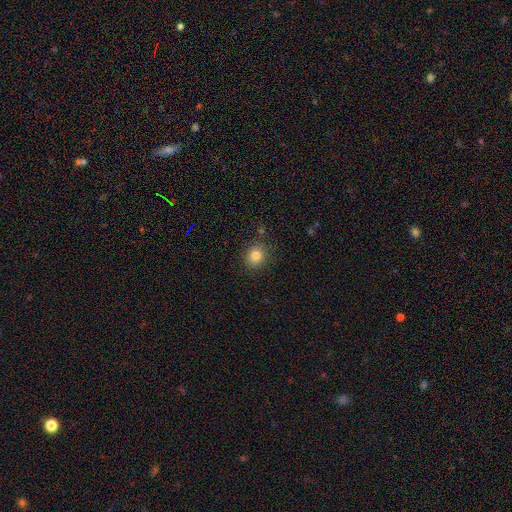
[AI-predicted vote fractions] The model was most divided on "how rounded": round: 82%, in between: 17%, cigar-shaped: 1%. More confident: merging — none (87%); smooth or featured — smooth (82%).